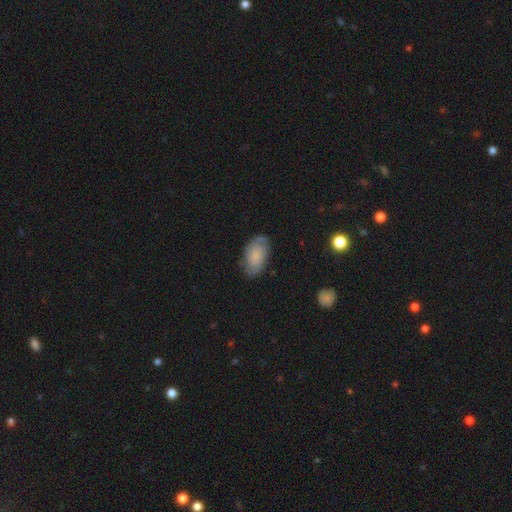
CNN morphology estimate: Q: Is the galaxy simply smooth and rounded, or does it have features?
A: smooth — 57%.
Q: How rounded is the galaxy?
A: in between — 93%.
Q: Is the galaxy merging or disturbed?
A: none — 75%.